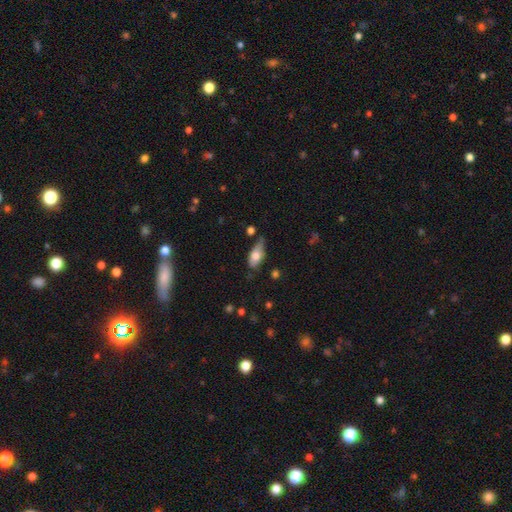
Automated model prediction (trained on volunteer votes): smooth_or_featured: smooth (p=0.70) [alt: featured or disk p=0.23]
how_rounded: in between (p=0.84) [alt: cigar-shaped p=0.13]
merging: none (p=0.52) [alt: minor disturbance p=0.35]